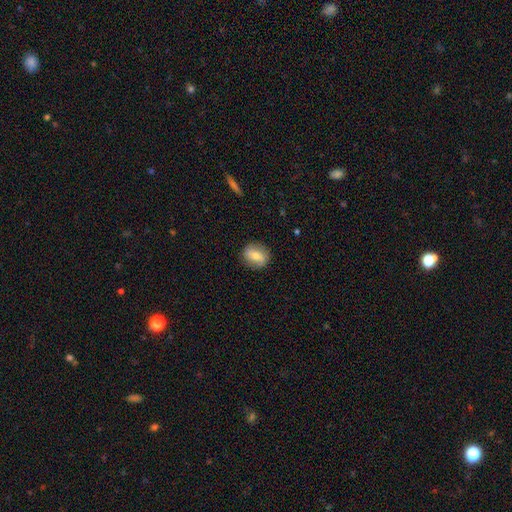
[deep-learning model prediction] Smooth or featured: smooth — 60% (featured or disk — 32%)
How rounded: round — 66% (in between — 32%)
Merging: none — 85% (minor disturbance — 11%)